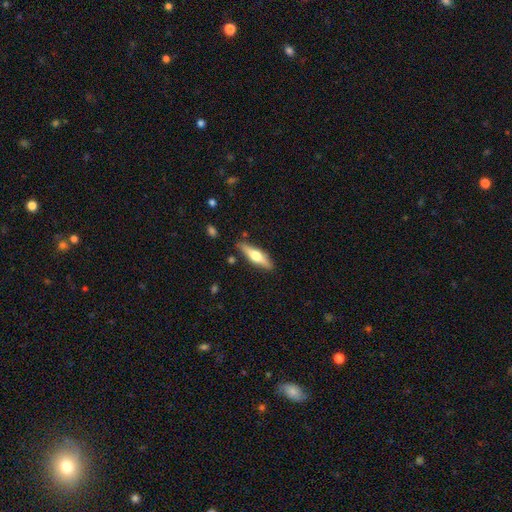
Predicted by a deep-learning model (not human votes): Q: Smooth or featured?
A: featured or disk (55%); runner-up: smooth (39%)
Q: Edge-on disk?
A: yes (94%); runner-up: no (6%)
Q: Edge-on bulge?
A: rounded (93%); runner-up: boxy (4%)
Q: Merging?
A: none (86%); runner-up: minor disturbance (10%)